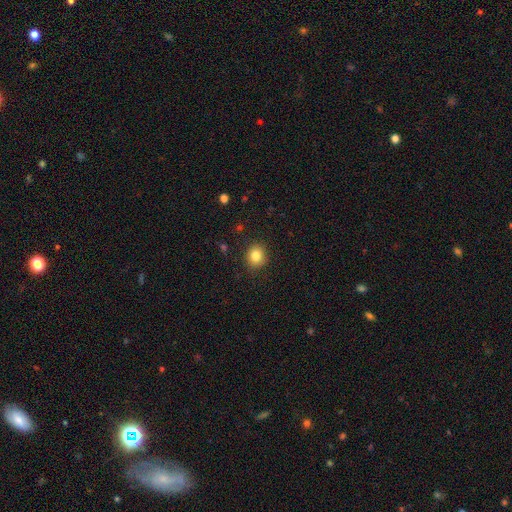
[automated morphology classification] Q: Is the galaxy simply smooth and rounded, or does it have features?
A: smooth — 83%.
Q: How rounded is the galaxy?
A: round — 78%.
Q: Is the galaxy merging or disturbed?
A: none — 88%.